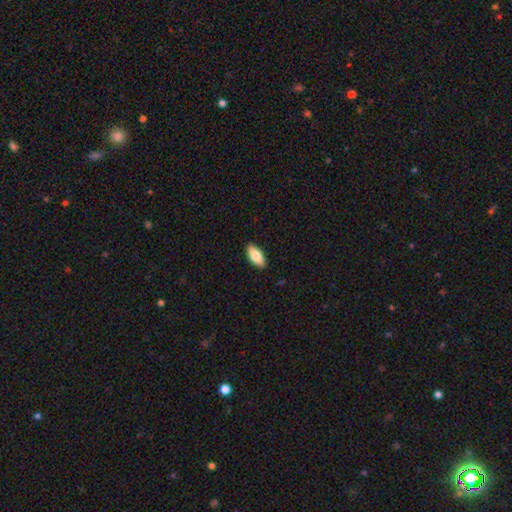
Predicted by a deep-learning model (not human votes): Q: Smooth or featured?
A: smooth (81%); runner-up: featured or disk (13%)
Q: How rounded?
A: in between (86%); runner-up: cigar-shaped (11%)
Q: Merging?
A: none (90%); runner-up: minor disturbance (8%)